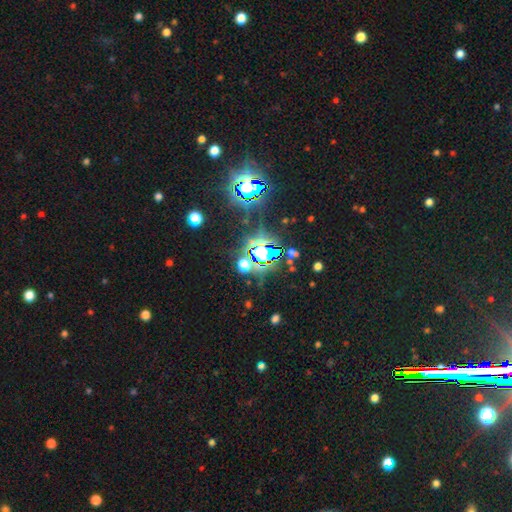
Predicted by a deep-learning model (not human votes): This is clearly a star or artifact rather than a galaxy (81%).